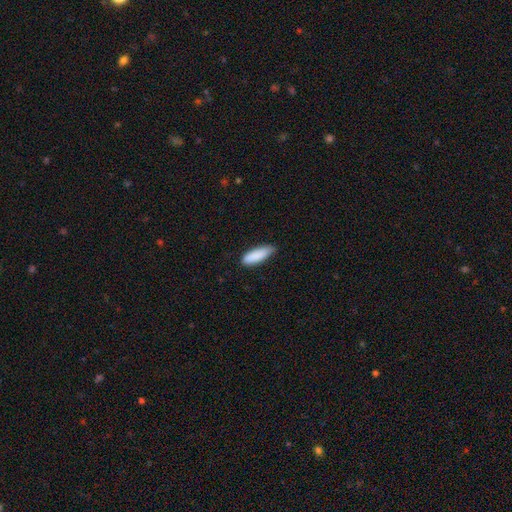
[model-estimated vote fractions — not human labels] Morphology: type=smooth (89%); roundness=in between (57%); merging=none (74%).